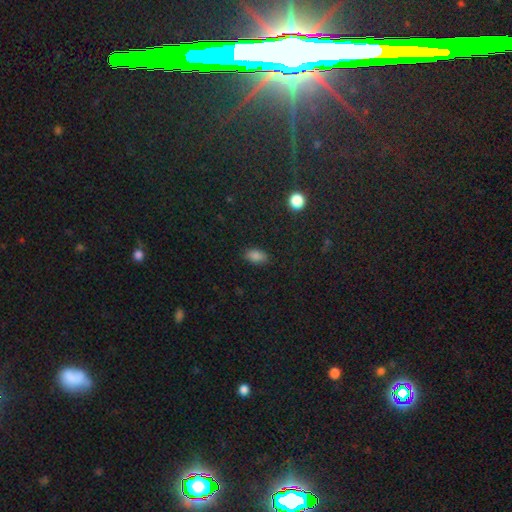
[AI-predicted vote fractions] This is clearly a smooth galaxy (84%). How rounded: clearly in between (90%). Merging: clearly none (84%).